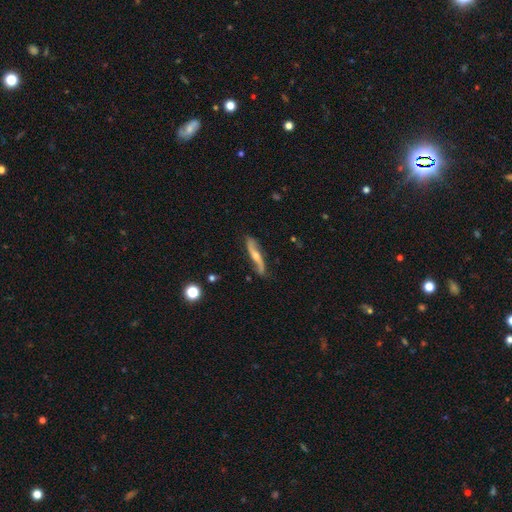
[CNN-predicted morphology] This appears to be a featured or disk galaxy (76%). Merging: none (79%).